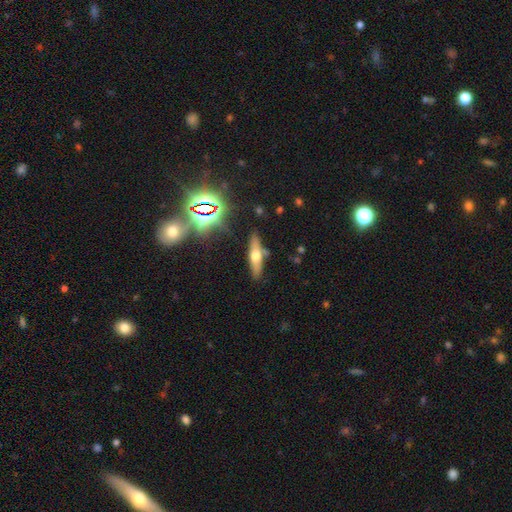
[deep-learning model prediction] This appears to be a featured or disk galaxy (46%). Merging: none (78%).